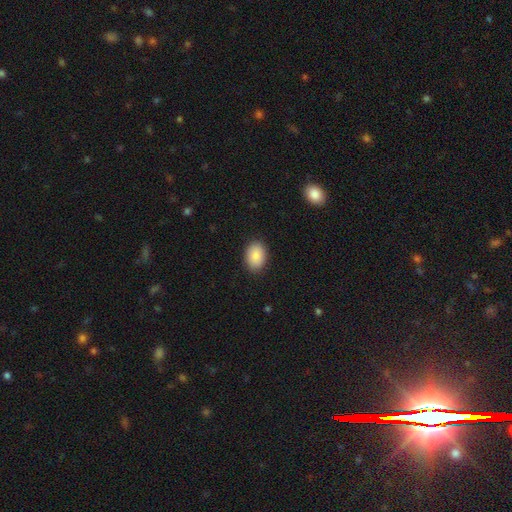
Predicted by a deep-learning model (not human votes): Morphology: type=smooth (88%); roundness=in between (80%); merging=none (89%).